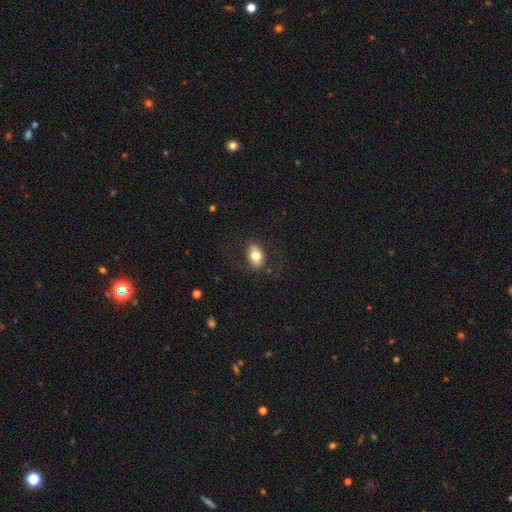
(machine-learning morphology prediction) Smooth or featured: smooth — 71% (featured or disk — 22%)
How rounded: in between — 83% (round — 15%)
Merging: none — 78% (minor disturbance — 13%)